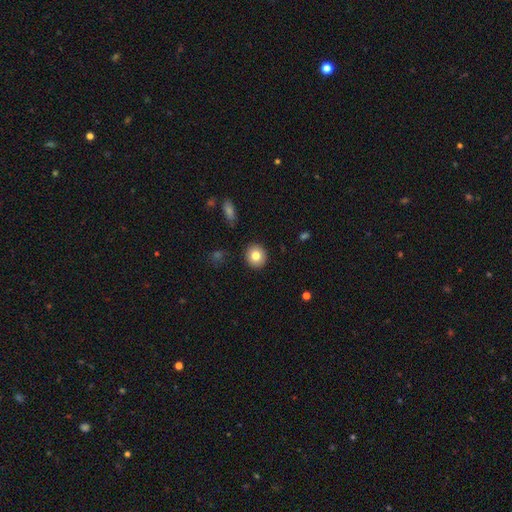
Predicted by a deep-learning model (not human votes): A smooth galaxy with no disk features (80%) that is round (83%). Merging: none (91%).